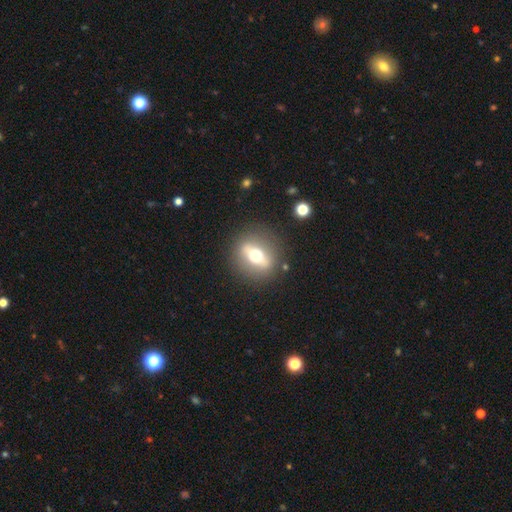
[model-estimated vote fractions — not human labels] Smooth or featured? Predicted: featured or disk (p=0.55). Edge-on disk? Predicted: yes (p=0.51). Merging? Predicted: none (p=0.86).